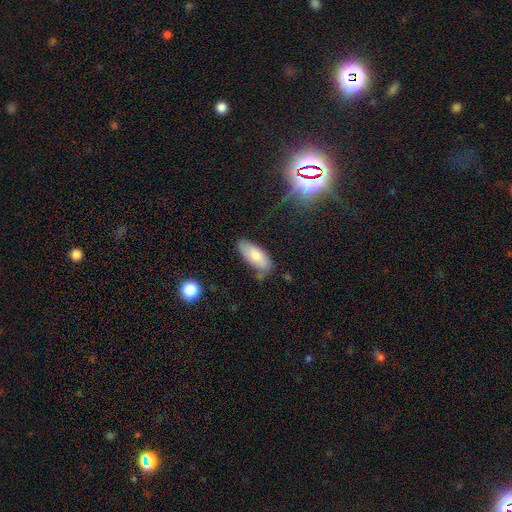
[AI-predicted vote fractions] Smooth or featured? Predicted: smooth (p=0.81). How rounded? Predicted: in between (p=0.85). Merging? Predicted: none (p=0.64).